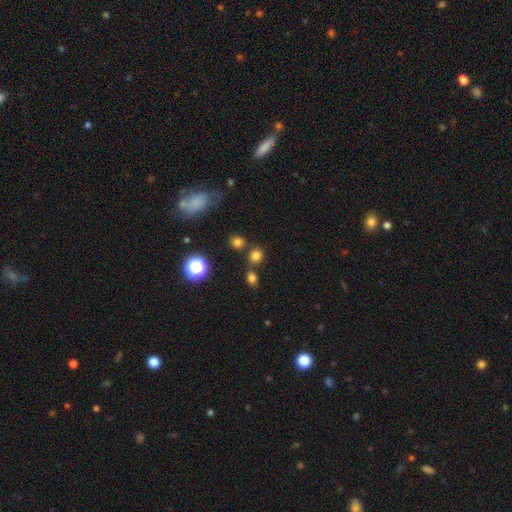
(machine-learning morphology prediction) The model was most divided on "how rounded": round: 73%, in between: 26%, cigar-shaped: 1%. More confident: smooth or featured — smooth (75%); merging — none (71%).